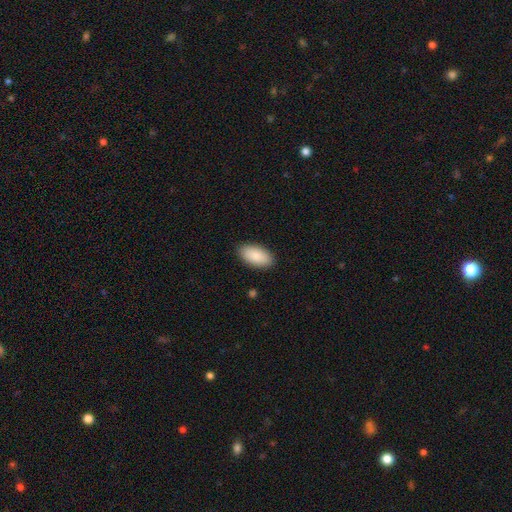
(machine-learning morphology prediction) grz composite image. It shows a smooth galaxy with no disk features (87%) that is in between round and cigar-shaped (95%). Merging: none (89%).